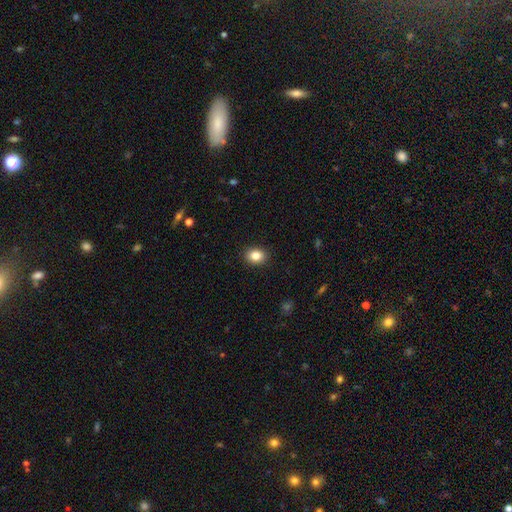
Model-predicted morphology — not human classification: The model was most divided on "how rounded": in between: 53%, round: 46%, cigar-shaped: 1%. More confident: merging — none (90%); smooth or featured — smooth (84%).